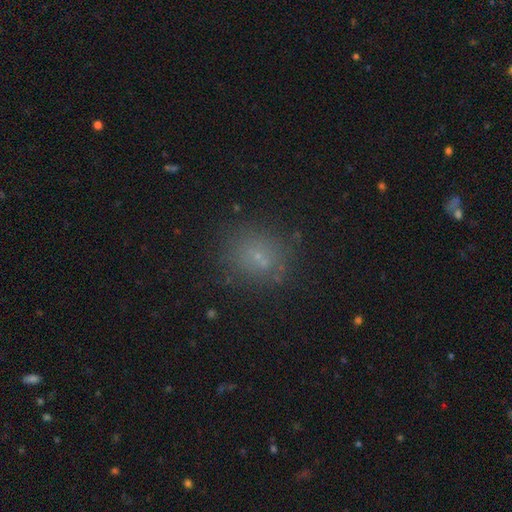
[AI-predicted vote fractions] smooth_or_featured: smooth (p=0.63) [alt: star or artifact p=0.25]
how_rounded: round (p=0.72) [alt: in between p=0.26]
merging: none (p=0.76) [alt: minor disturbance p=0.13]